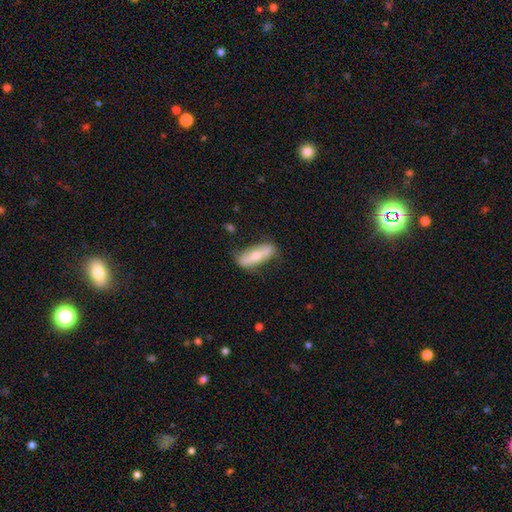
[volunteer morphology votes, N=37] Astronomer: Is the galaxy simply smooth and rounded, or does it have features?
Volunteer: featured or disk — 59% (runner-up: smooth, 41%).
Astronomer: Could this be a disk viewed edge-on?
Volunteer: yes — 64%.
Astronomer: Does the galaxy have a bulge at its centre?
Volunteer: rounded — 79%.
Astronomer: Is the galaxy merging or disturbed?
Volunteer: none — 70%.